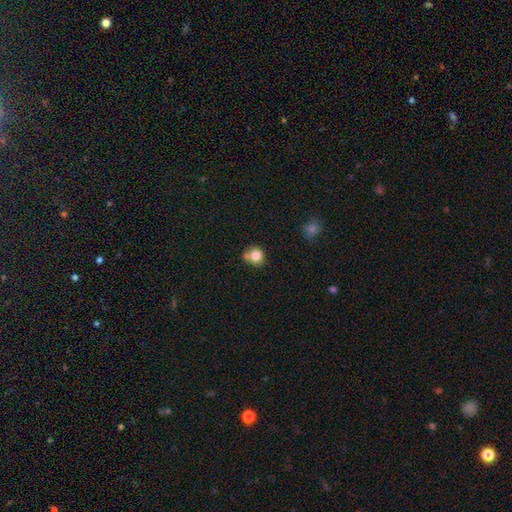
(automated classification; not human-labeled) Smooth or featured? Predicted: smooth (p=0.81). How rounded? Predicted: round (p=0.79). Merging? Predicted: none (p=0.53).